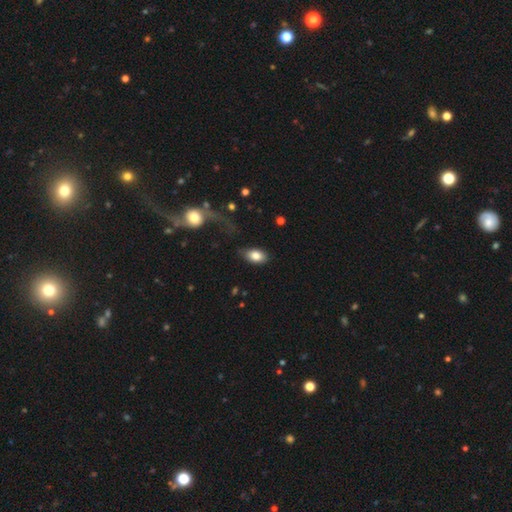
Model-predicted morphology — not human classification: Smooth or featured: smooth — 82% (featured or disk — 11%)
How rounded: in between — 90% (round — 9%)
Merging: none — 75% (minor disturbance — 15%)